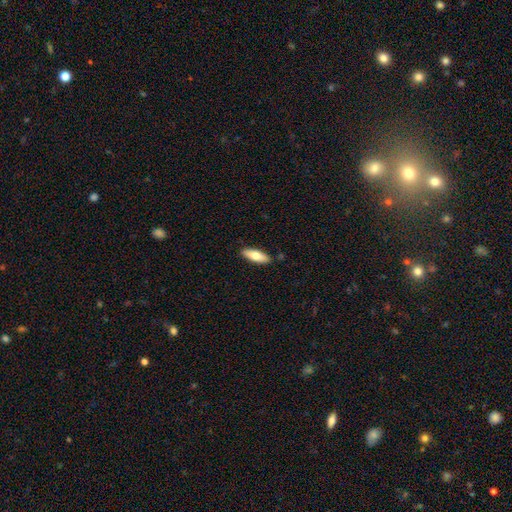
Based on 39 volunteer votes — A smooth galaxy with no disk features (64%) that is in between round and cigar-shaped (52%).

Vote fractions:
- Smooth or featured? smooth: 64% / featured or disk: 31% / star or artifact: 5%
- How rounded? in between: 52% / cigar-shaped: 48% / round: 0%
- Merging? none: 86% / major disturbance: 5% / merger: 5% / minor disturbance: 3%